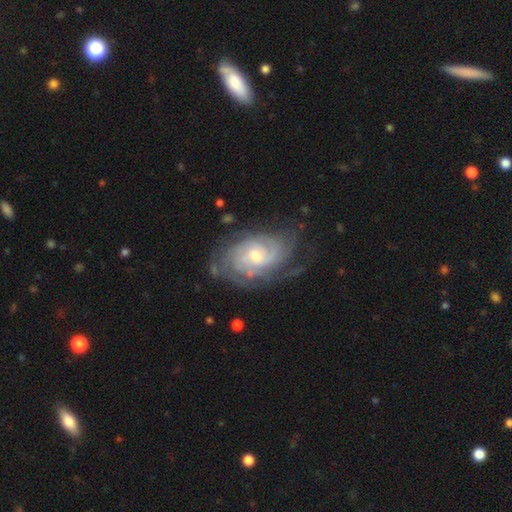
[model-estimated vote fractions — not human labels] Smooth or featured?
  - featured or disk: 87% *
  - smooth: 8%
  - star or artifact: 5%
Edge-on disk?
  - no: 96% *
  - yes: 4%
Bar?
  - no: 65% *
  - weak: 30%
  - strong: 6%
Spiral arms?
  - yes: 96% *
  - no: 4%
Spiral winding?
  - tight: 71% *
  - medium: 23%
  - loose: 5%
Spiral arm count?
  - can't tell: 38% *
  - 3: 16%
  - 2: 16%
  - 4: 16%
  - more than 4: 7%
  - 1: 6%
Bulge size?
  - moderate: 50% *
  - small: 46%
  - large: 2%
  - none: 1%
  - dominant: 1%
Merging?
  - none: 69% *
  - minor disturbance: 20%
  - major disturbance: 10%
  - merger: 2%